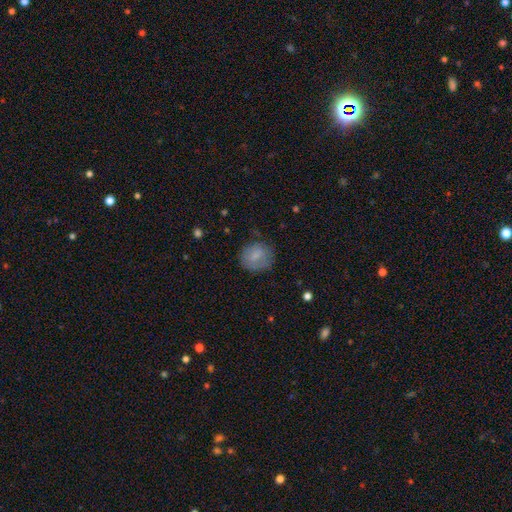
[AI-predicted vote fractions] This is likely a smooth galaxy (76%). How rounded: likely round (79%). Merging: likely none (73%).